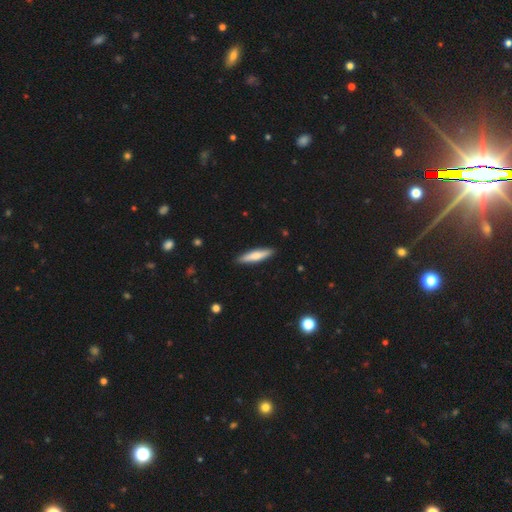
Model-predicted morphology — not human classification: smooth 68%, featured or disk 26%, star or artifact 5%. Down the decision tree: how rounded — cigar-shaped (81%); merging — none (90%).